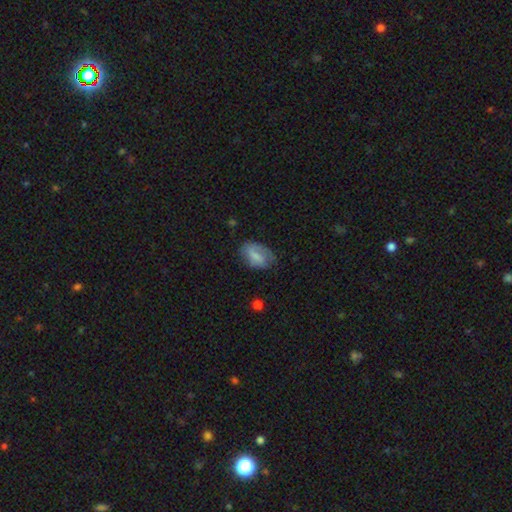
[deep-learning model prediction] Smooth or featured? smooth (54%)
How rounded? in between (87%)
Merging? none (60%)